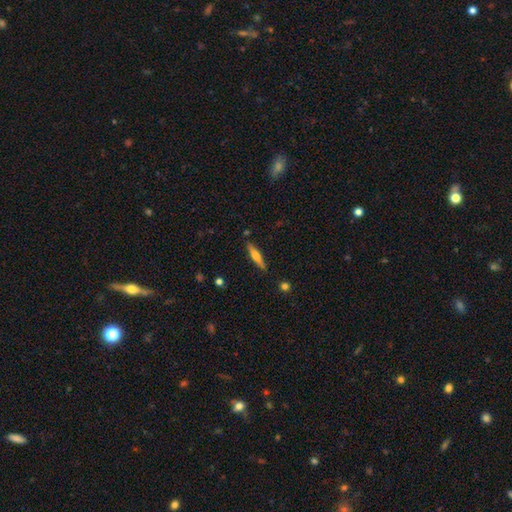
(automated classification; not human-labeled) Smooth or featured: smooth — 48% (featured or disk — 46%)
Merging: none — 85% (minor disturbance — 10%)